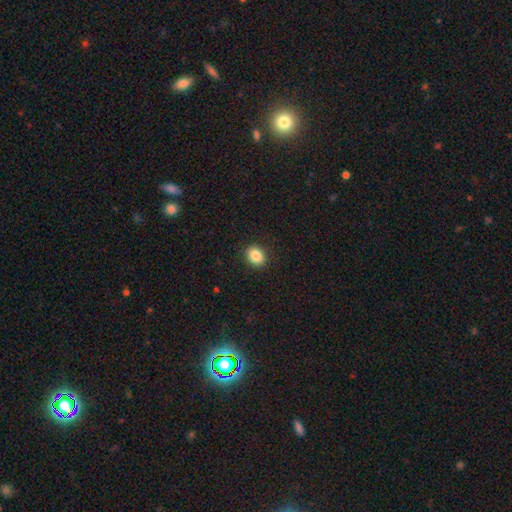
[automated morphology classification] Q: Smooth or featured?
A: smooth (85%); runner-up: star or artifact (9%)
Q: How rounded?
A: round (58%); runner-up: in between (41%)
Q: Merging?
A: none (90%); runner-up: minor disturbance (7%)